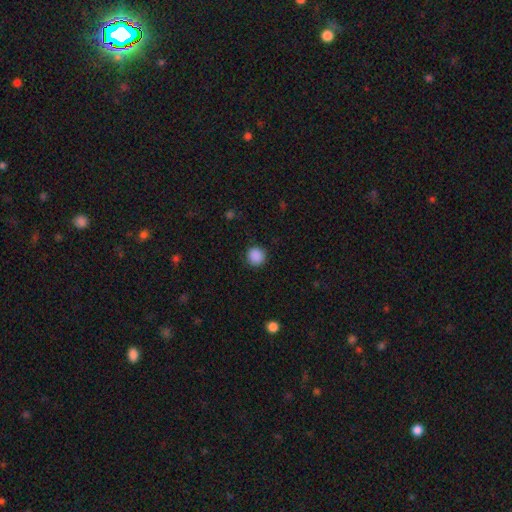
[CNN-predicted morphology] A smooth galaxy with no disk features (89%) that is round (94%). Merging: none (91%).